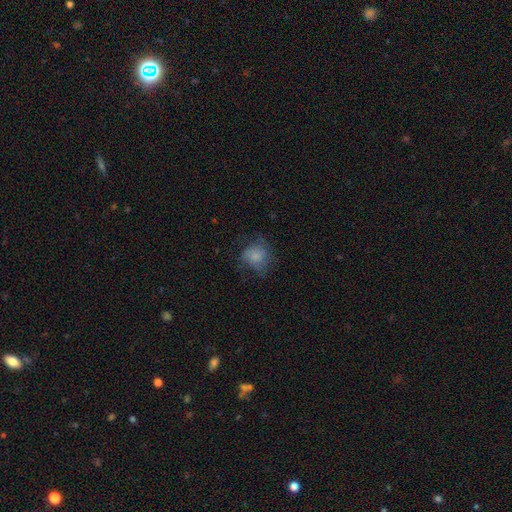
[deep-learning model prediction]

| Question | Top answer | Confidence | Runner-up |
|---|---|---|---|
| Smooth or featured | smooth | 71% | featured or disk (19%) |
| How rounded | round | 75% | in between (24%) |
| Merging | none | 54% | minor disturbance (27%) |